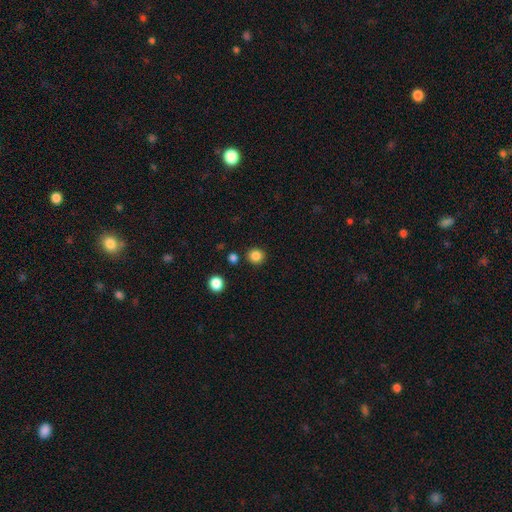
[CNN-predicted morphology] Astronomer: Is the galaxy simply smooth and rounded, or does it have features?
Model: smooth — 84%.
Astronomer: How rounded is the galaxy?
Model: round — 92%.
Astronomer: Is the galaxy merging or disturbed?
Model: none — 88%.